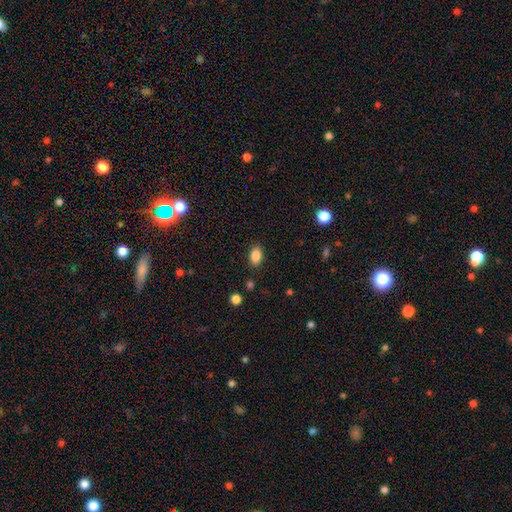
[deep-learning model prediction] Smooth or featured? Predicted: smooth (p=0.86). How rounded? Predicted: in between (p=0.84). Merging? Predicted: none (p=0.87).